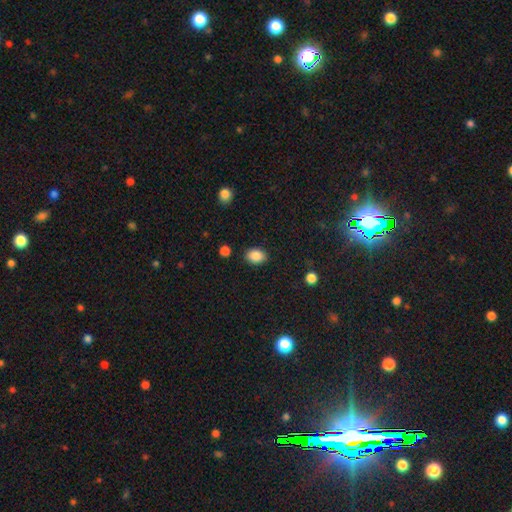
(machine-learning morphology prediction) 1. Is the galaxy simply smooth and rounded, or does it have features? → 87% smooth, 9% star or artifact, 4% featured or disk.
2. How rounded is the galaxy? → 69% in between, 30% round, 1% cigar-shaped.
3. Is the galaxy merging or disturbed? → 86% none, 9% minor disturbance, 2% major disturbance, 2% merger.